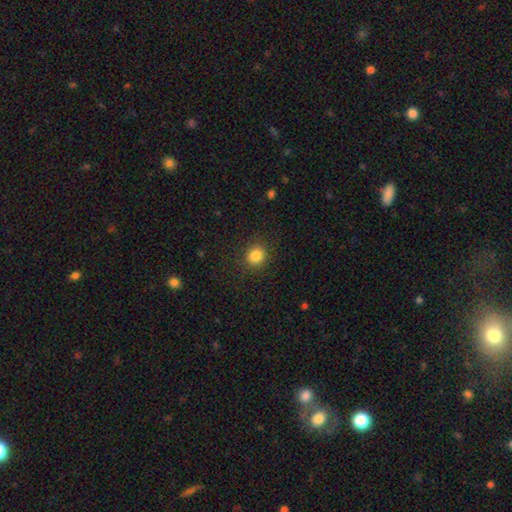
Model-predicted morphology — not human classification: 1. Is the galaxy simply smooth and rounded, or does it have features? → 85% smooth, 11% star or artifact, 4% featured or disk.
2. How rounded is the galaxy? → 80% round, 19% in between, 1% cigar-shaped.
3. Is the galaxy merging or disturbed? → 88% none, 8% minor disturbance, 3% major disturbance, 1% merger.